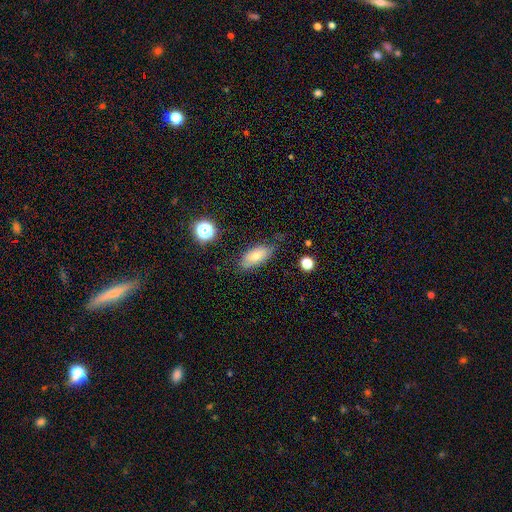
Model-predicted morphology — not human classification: Smooth or featured?
  - smooth: 70% *
  - featured or disk: 20%
  - star or artifact: 10%
How rounded?
  - in between: 85% *
  - cigar-shaped: 11%
  - round: 4%
Merging?
  - none: 68% *
  - minor disturbance: 24%
  - major disturbance: 6%
  - merger: 2%